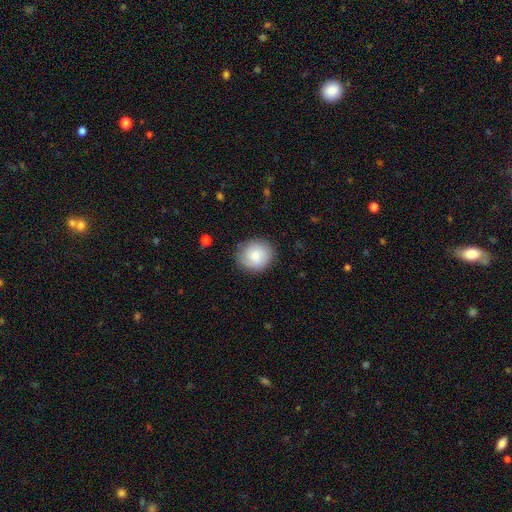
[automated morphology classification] The model was most divided on "smooth or featured": smooth: 78%, featured or disk: 15%, star or artifact: 7%. More confident: merging — none (84%); how rounded — round (82%).